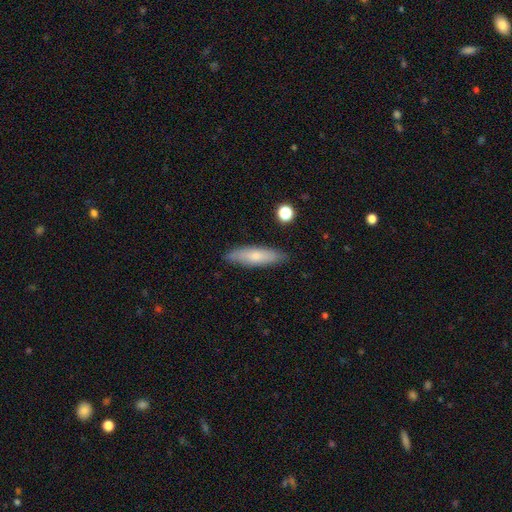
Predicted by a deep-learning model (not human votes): smooth_or_featured: smooth (p=0.68) [alt: featured or disk p=0.25]
how_rounded: cigar-shaped (p=0.72) [alt: in between p=0.27]
merging: none (p=0.86) [alt: minor disturbance p=0.10]